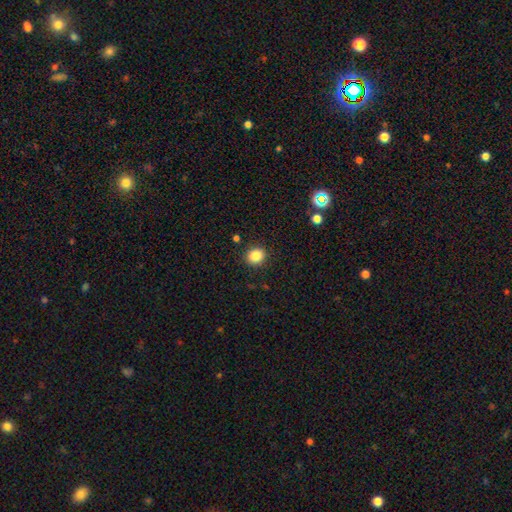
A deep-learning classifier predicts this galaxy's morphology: Smooth or featured? Predicted: smooth (p=0.86). How rounded? Predicted: round (p=0.78). Merging? Predicted: none (p=0.89).